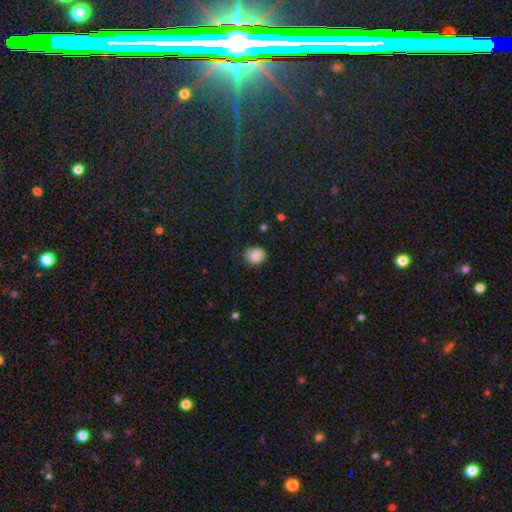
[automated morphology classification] Q: Smooth or featured?
A: smooth (81%); runner-up: star or artifact (10%)
Q: How rounded?
A: round (68%); runner-up: in between (31%)
Q: Merging?
A: none (68%); runner-up: minor disturbance (24%)